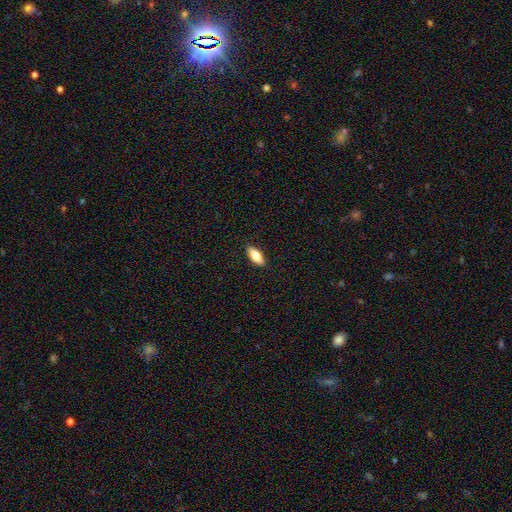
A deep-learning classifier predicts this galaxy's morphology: Smooth or featured: smooth — 76% (featured or disk — 17%)
How rounded: in between — 80% (cigar-shaped — 17%)
Merging: none — 90% (minor disturbance — 7%)